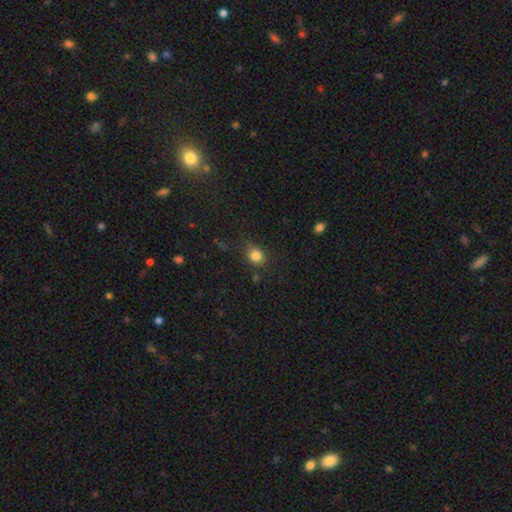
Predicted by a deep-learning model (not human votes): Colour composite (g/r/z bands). It shows a smooth galaxy with no disk features (83%) that is round (73%). Merging: none (77%).